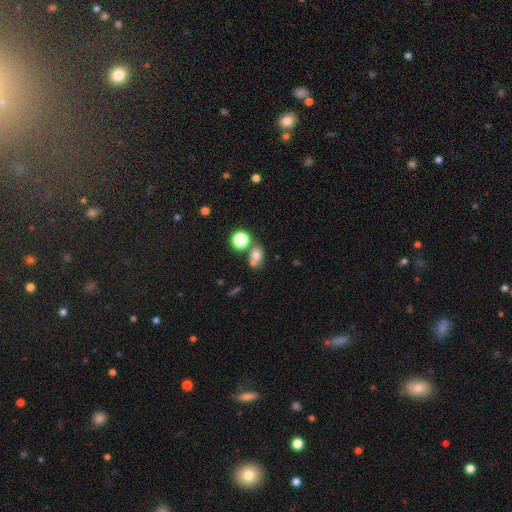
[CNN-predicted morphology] The model was most divided on "how rounded": round: 53%, in between: 45%, cigar-shaped: 2%. Remaining: smooth or featured — smooth (71%); merging — none (46%).